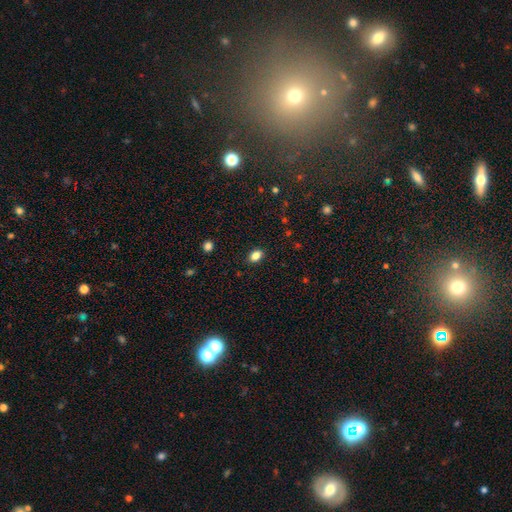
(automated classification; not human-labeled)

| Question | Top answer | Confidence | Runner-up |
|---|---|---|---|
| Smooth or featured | smooth | 85% | star or artifact (10%) |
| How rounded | in between | 77% | round (22%) |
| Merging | none | 88% | minor disturbance (9%) |